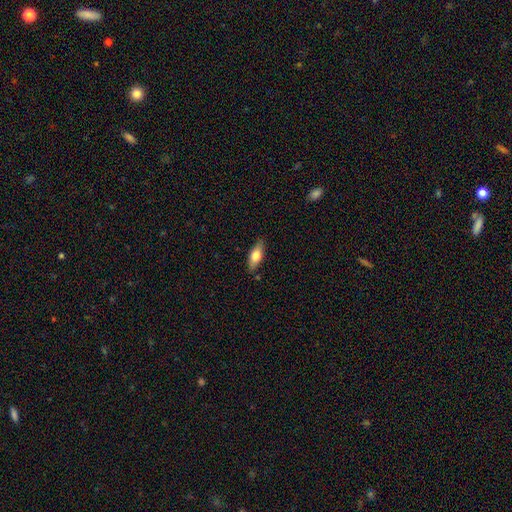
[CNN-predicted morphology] This is likely a smooth galaxy (70%). How rounded: likely in between (73%). Merging: clearly none (83%).